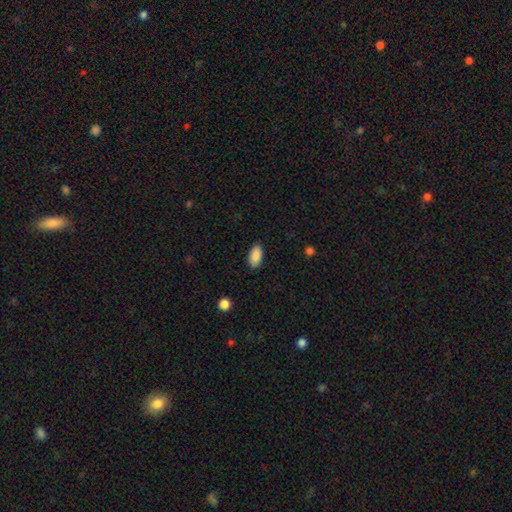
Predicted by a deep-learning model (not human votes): Morphology: type=smooth (90%); roundness=in between (93%); merging=none (87%).